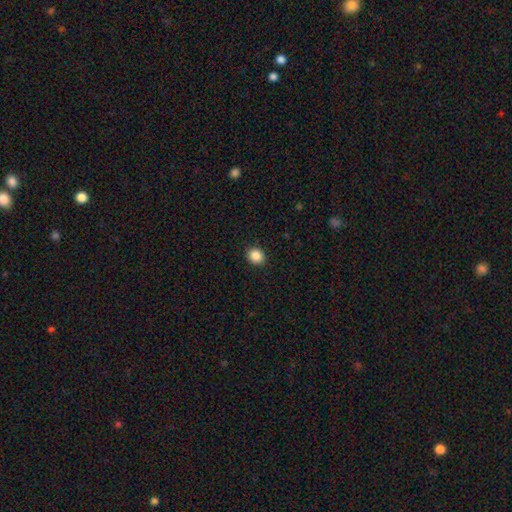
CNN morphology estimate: This appears to be a smooth galaxy with no disk features (87%) that is round (75%). Merging: none (91%).